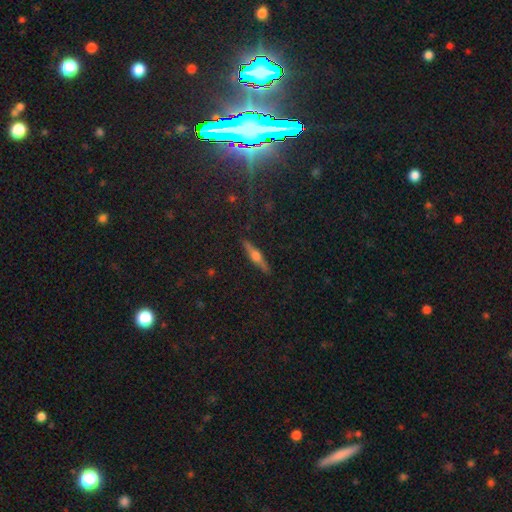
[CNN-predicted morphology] A featured or disk galaxy (69%) viewed edge-on (97%) with a rounded central bulge (91%).

Vote fractions:
- Smooth or featured? featured or disk: 69% / smooth: 23% / star or artifact: 8%
- Edge-on disk? yes: 97% / no: 3%
- Edge-on bulge? rounded: 91% / boxy: 6% / none: 3%
- Merging? none: 90% / minor disturbance: 7% / major disturbance: 2% / merger: 1%